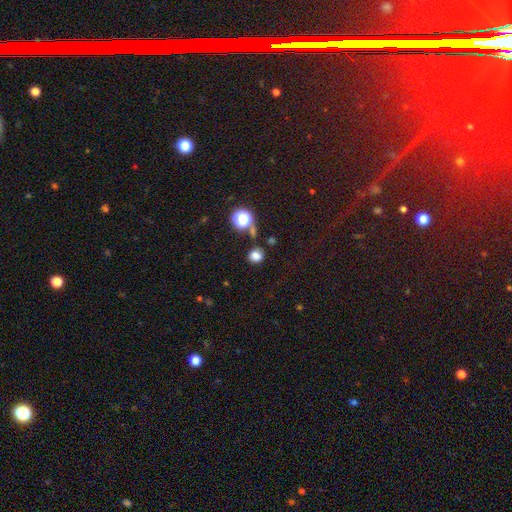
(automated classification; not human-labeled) The model was most divided on "how rounded": round: 77%, in between: 22%, cigar-shaped: 1%. More confident: smooth or featured — smooth (77%); merging — none (76%).